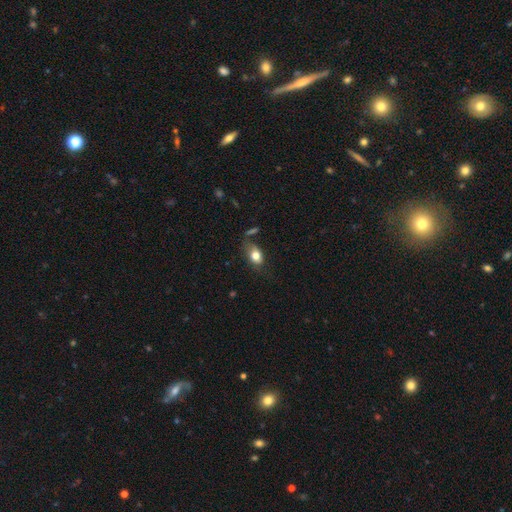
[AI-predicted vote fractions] A smooth galaxy with no disk features (76%) that is in between round and cigar-shaped (81%).

Vote fractions:
- Smooth or featured? smooth: 76% / featured or disk: 16% / star or artifact: 8%
- How rounded? in between: 81% / round: 16% / cigar-shaped: 3%
- Merging? none: 53% / minor disturbance: 27% / major disturbance: 13% / merger: 7%